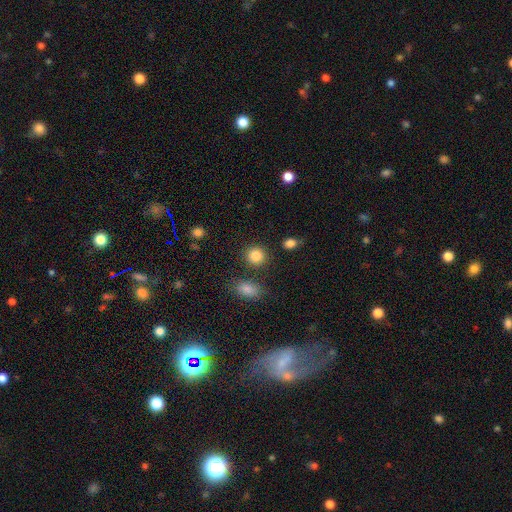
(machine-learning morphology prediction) Smooth or featured? Predicted: smooth (p=0.85). How rounded? Predicted: round (p=0.86). Merging? Predicted: none (p=0.85).